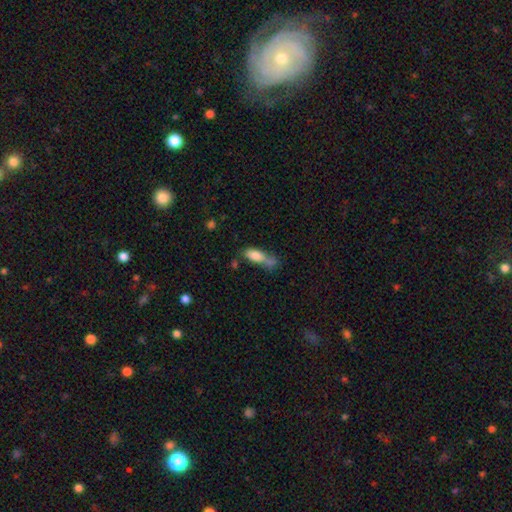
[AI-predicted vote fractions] The model was most divided on "merging": none: 34%, merger: 30%, minor disturbance: 22%, major disturbance: 14%. More confident: smooth or featured — smooth (78%); how rounded — in between (69%).